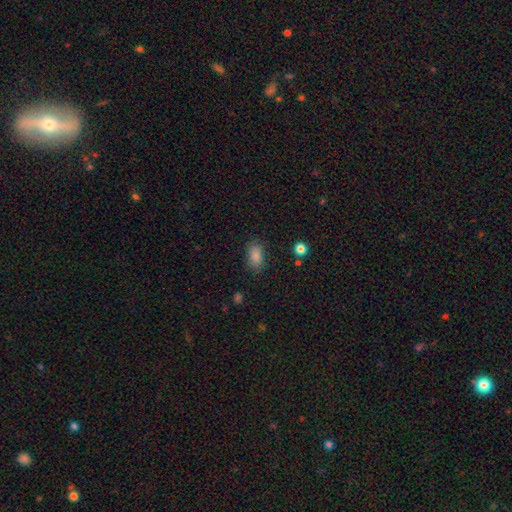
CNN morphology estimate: Overall: smooth (86%). How rounded: in between (89%). Merging: none (82%).